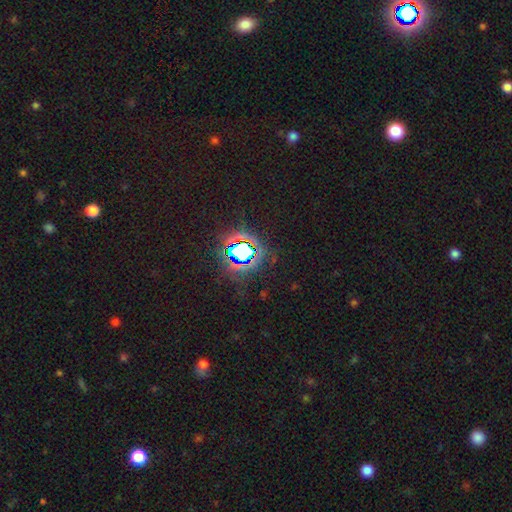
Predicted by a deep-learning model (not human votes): Overall: star or artifact (79%).